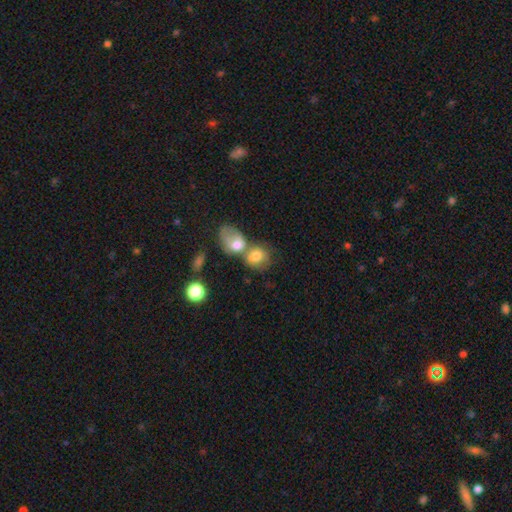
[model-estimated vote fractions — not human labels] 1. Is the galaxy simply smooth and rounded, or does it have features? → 71% smooth, 20% featured or disk, 9% star or artifact.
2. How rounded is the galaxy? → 52% round, 46% in between, 1% cigar-shaped.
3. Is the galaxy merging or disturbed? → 64% merger, 21% none, 9% minor disturbance, 7% major disturbance.